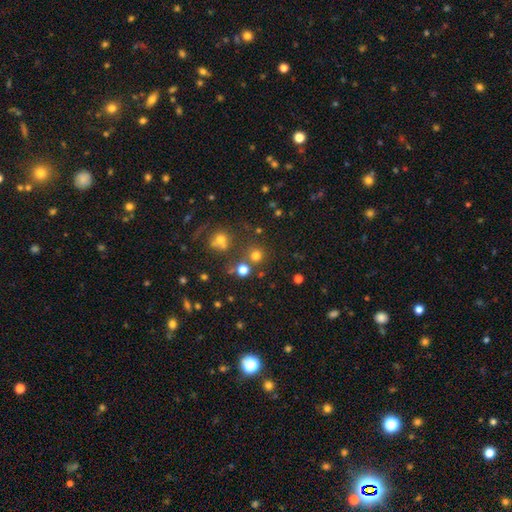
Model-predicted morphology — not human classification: A smooth galaxy with no disk features (72%) that is round (92%). Merging: none (75%).